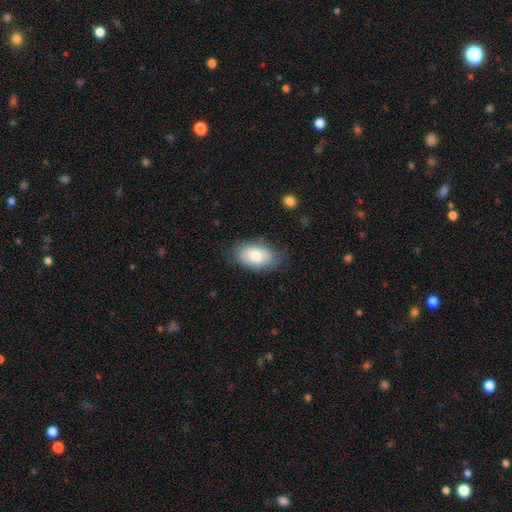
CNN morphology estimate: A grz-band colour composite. It shows a smooth galaxy with no disk features (75%) that is in between round and cigar-shaped (91%). Merging: none (76%).